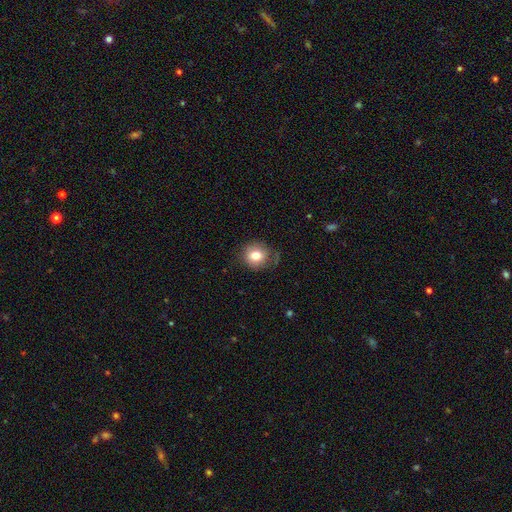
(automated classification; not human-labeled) Overall: smooth (79%). How rounded: round (85%). Merging: none (72%).